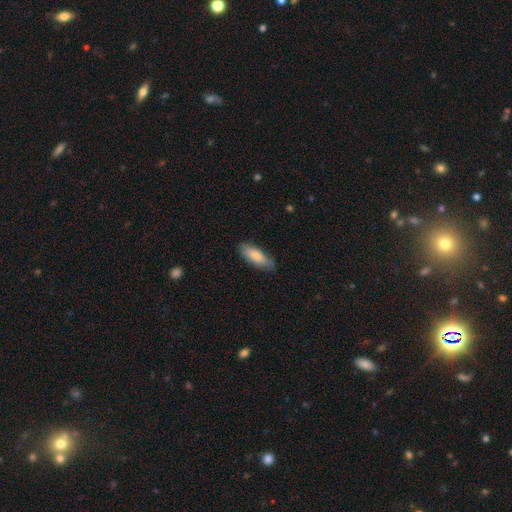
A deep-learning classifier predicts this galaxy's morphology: Smooth or featured? Predicted: smooth (p=0.83). How rounded? Predicted: in between (p=0.61). Merging? Predicted: none (p=0.81).